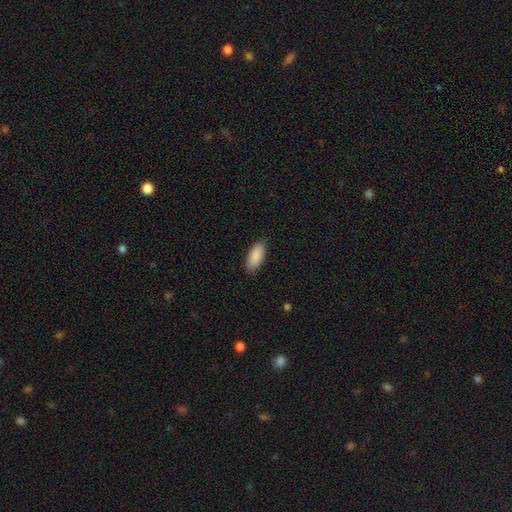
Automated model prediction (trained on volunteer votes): This is clearly a smooth galaxy (89%). How rounded: clearly in between (86%). Merging: clearly none (85%).